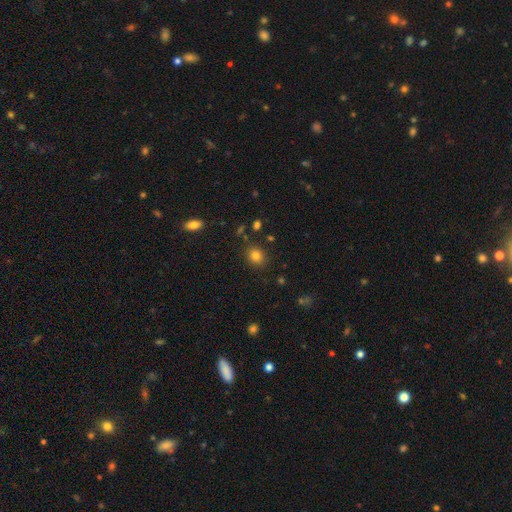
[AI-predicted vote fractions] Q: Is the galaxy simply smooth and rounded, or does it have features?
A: smooth — 81%.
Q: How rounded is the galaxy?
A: round — 65%.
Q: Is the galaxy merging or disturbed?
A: none — 85%.